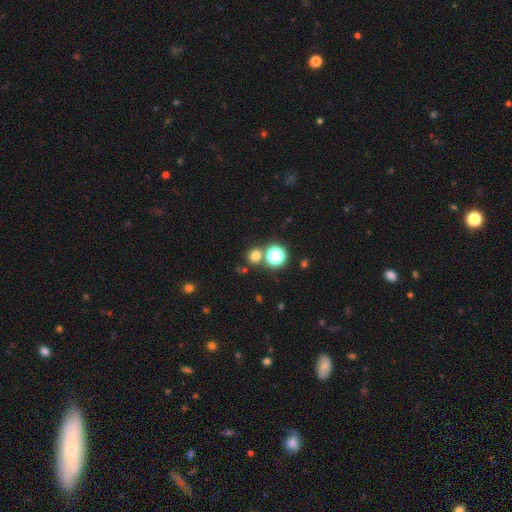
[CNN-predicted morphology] smooth 70%, star or artifact 24%, featured or disk 6%. Down the decision tree: how rounded — round (86%); merging — none (74%).